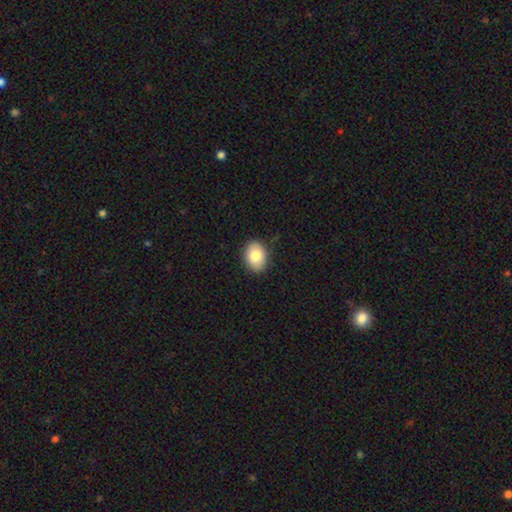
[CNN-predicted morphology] This is clearly a smooth galaxy (82%). How rounded: likely in between (68%). Merging: clearly none (88%).